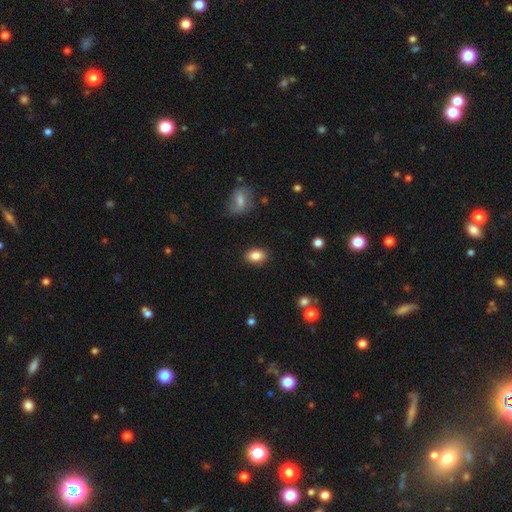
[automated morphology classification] Smooth or featured? smooth (85%)
How rounded? in between (81%)
Merging? none (88%)